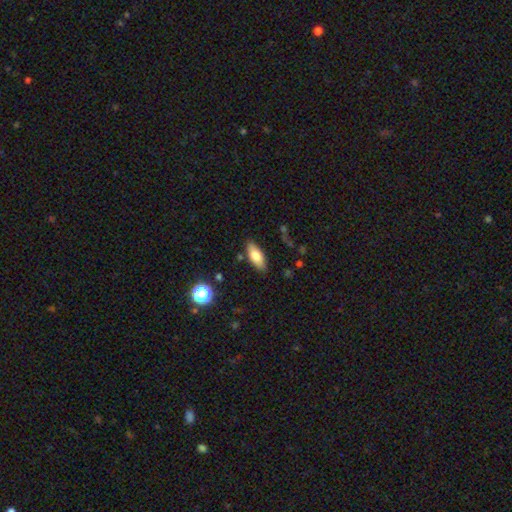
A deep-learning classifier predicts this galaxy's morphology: The model was most divided on "smooth or featured": smooth: 74%, featured or disk: 18%, star or artifact: 7%. More confident: merging — none (84%); how rounded — in between (80%).